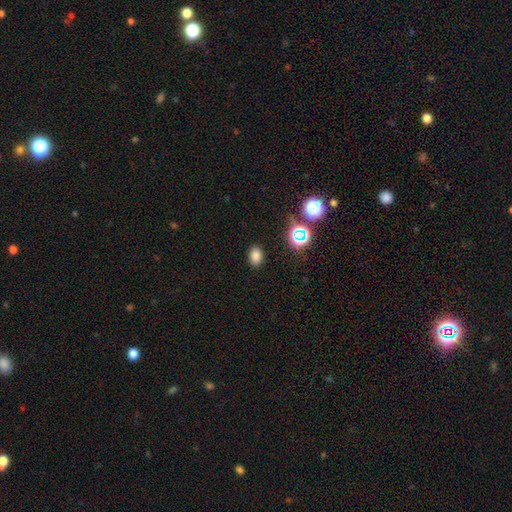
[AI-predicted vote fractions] Smooth or featured? smooth (77%)
How rounded? in between (75%)
Merging? none (87%)